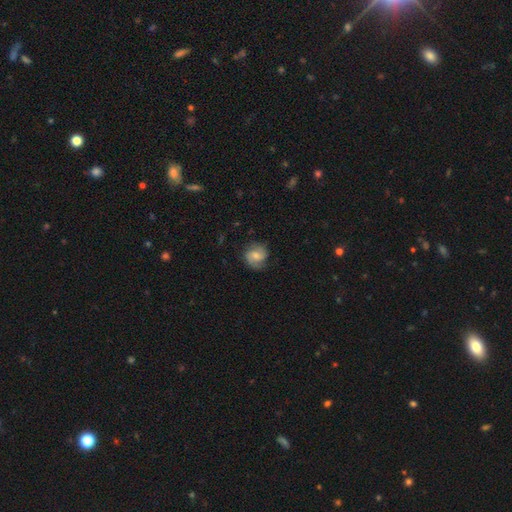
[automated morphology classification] Smooth or featured: featured or disk — 61% (smooth — 32%)
Edge-on disk: no — 98% (yes — 2%)
Bar: no — 47% (weak — 43%)
Spiral arms: yes — 93% (no — 7%)
Spiral winding: medium — 46% (tight — 31%)
Spiral arm count: 2 — 83% (can't tell — 8%)
Bulge size: moderate — 50% (small — 36%)
Merging: none — 76% (minor disturbance — 17%)